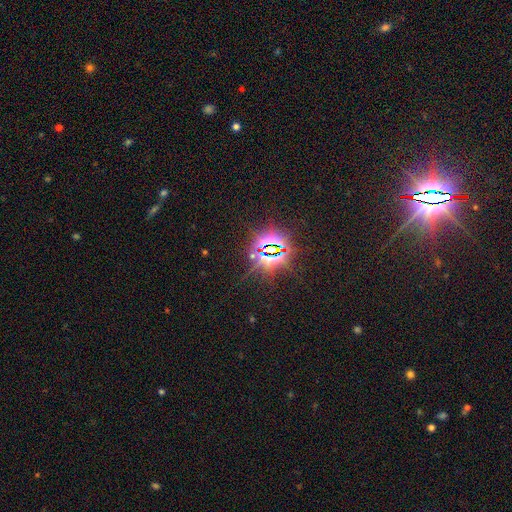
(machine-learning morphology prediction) smooth_or_featured: star or artifact (p=0.83) [alt: smooth p=0.09]